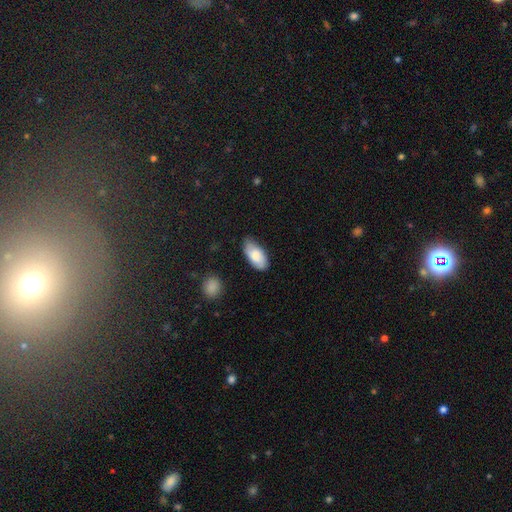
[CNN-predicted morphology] Smooth or featured: smooth — 77% (featured or disk — 17%)
How rounded: in between — 93% (cigar-shaped — 5%)
Merging: none — 69% (minor disturbance — 25%)